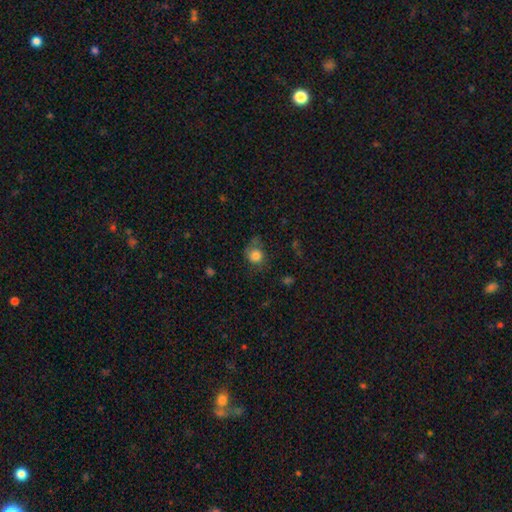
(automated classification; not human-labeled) Smooth or featured?
  - smooth: 81% *
  - star or artifact: 10%
  - featured or disk: 9%
How rounded?
  - round: 79% *
  - in between: 20%
  - cigar-shaped: 1%
Merging?
  - none: 55% *
  - minor disturbance: 27%
  - major disturbance: 14%
  - merger: 4%